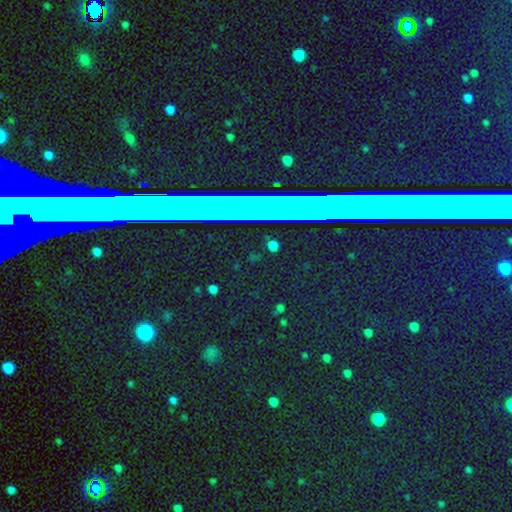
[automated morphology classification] Smooth or featured? Predicted: star or artifact (p=0.82).